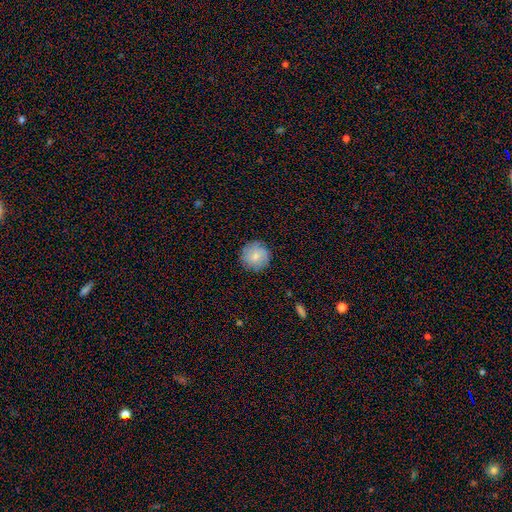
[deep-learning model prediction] A smooth galaxy with no disk features (76%) that is round (94%). Merging: none (88%).